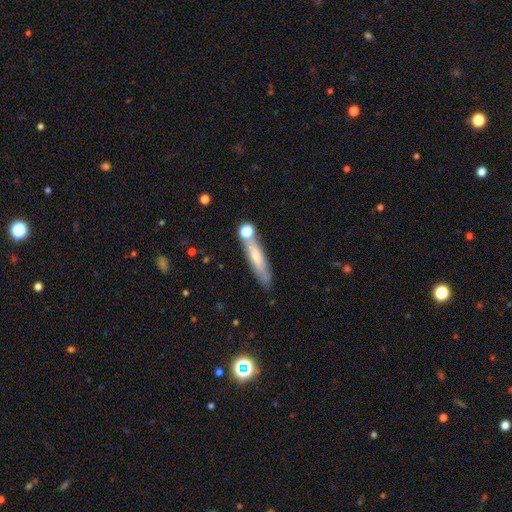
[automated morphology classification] This is possibly a smooth galaxy (60%). How rounded: clearly cigar-shaped (84%). Merging: likely none (70%).